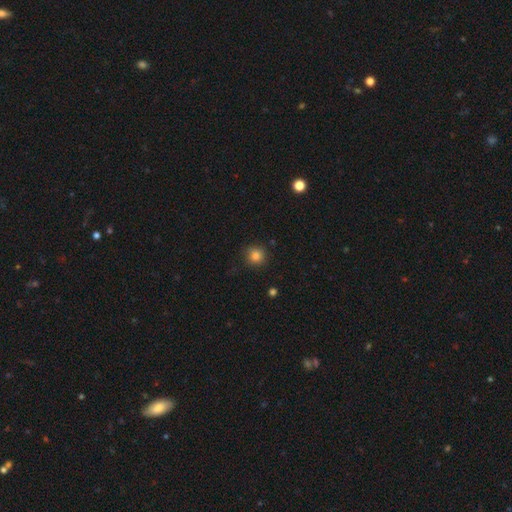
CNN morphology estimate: Smooth or featured? Predicted: smooth (p=0.83). How rounded? Predicted: round (p=0.92). Merging? Predicted: none (p=0.86).